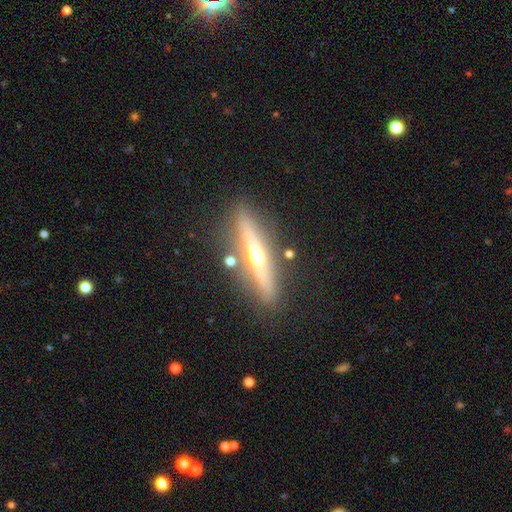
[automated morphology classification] Overall: featured or disk (69%). Edge-on disk: yes (92%). Edge-on bulge: rounded (93%). Merging: none (83%).